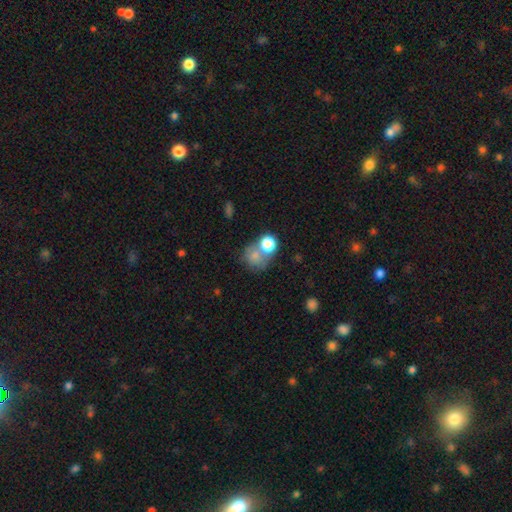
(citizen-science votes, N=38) Morphology: type=smooth (87%); roundness=round (94%); merging=none (40%, tied with merger).